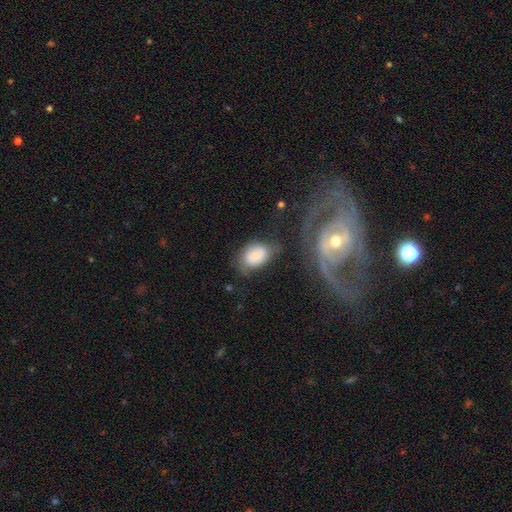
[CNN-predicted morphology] Overall: smooth (70%). How rounded: in between (76%). Merging: none (45%; minor disturbance 29%).